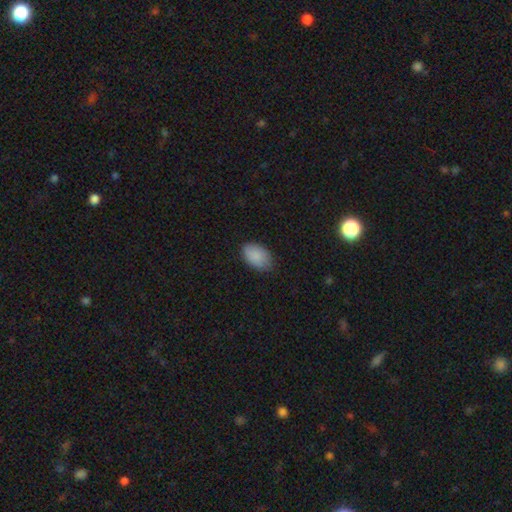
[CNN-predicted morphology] type=smooth (89%); roundness=in between (92%); merging=none (81%).